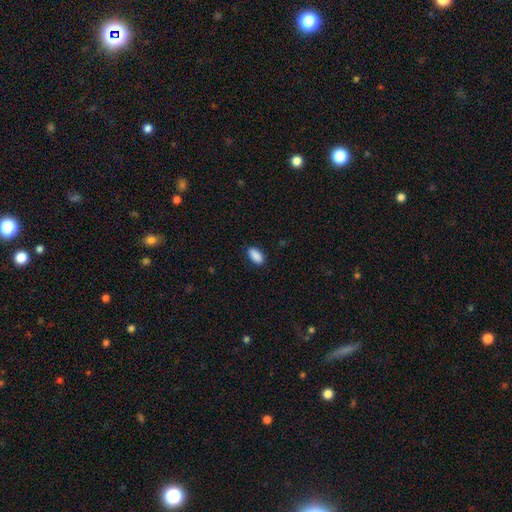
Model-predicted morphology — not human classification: smooth 90%, star or artifact 7%, featured or disk 3%. Down the decision tree: how rounded — in between (92%); merging — none (87%).